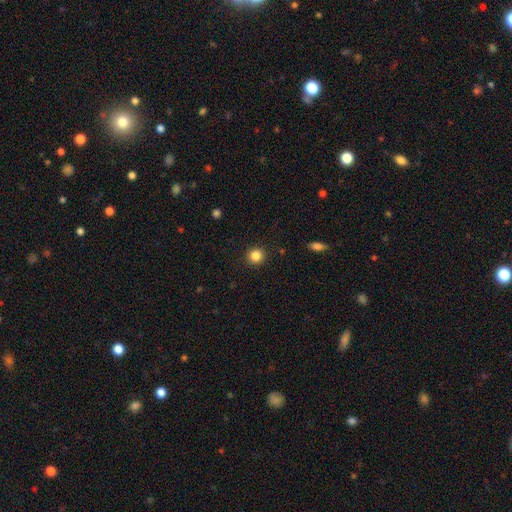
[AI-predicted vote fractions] Q: Smooth or featured?
A: smooth (84%); runner-up: star or artifact (11%)
Q: How rounded?
A: round (93%); runner-up: in between (6%)
Q: Merging?
A: none (91%); runner-up: minor disturbance (6%)